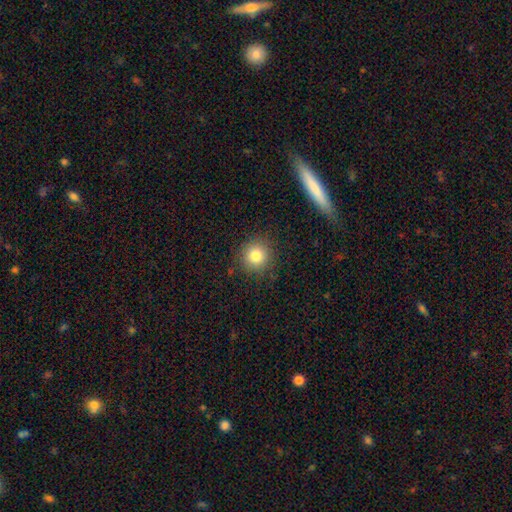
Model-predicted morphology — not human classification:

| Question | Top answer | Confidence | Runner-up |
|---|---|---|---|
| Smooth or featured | smooth | 81% | star or artifact (12%) |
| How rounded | round | 93% | in between (6%) |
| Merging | none | 88% | minor disturbance (8%) |